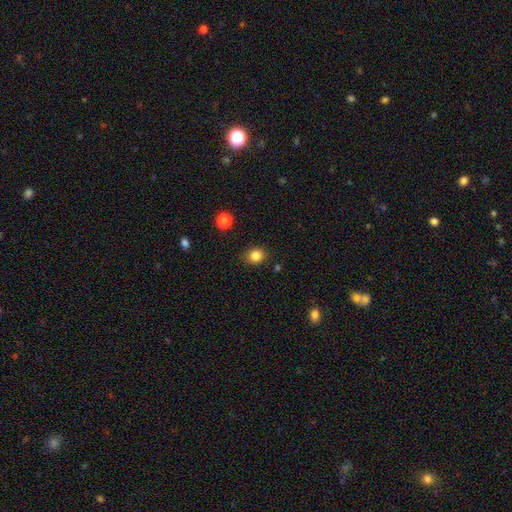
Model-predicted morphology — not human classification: Smooth or featured: smooth — 84% (star or artifact — 12%)
How rounded: round — 67% (in between — 32%)
Merging: none — 87% (minor disturbance — 9%)